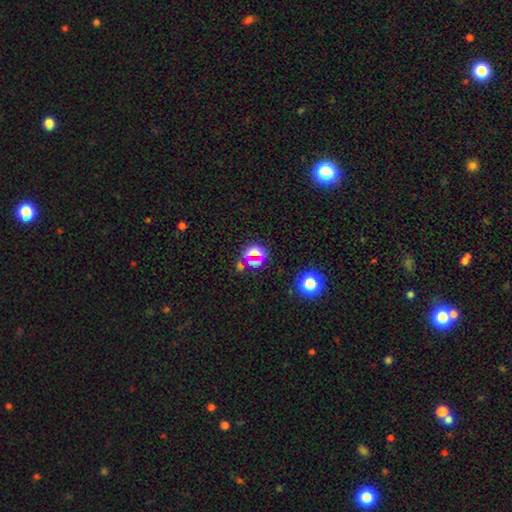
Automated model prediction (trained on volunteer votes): This appears to be a star or artifact, not a galaxy (49%).